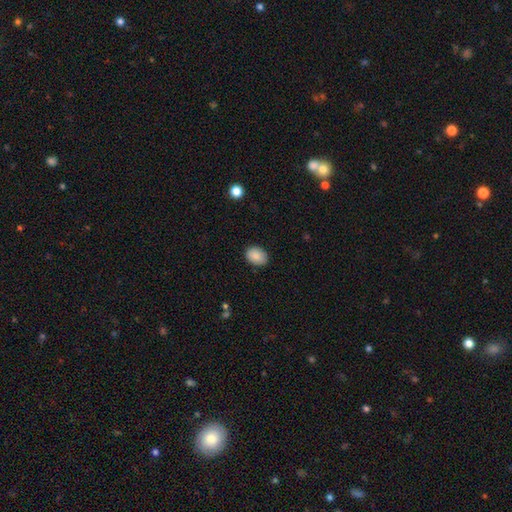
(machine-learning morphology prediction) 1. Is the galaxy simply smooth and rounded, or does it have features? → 89% smooth, 7% star or artifact, 4% featured or disk.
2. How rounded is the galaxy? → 71% in between, 29% round, 1% cigar-shaped.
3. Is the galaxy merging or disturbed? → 85% none, 11% minor disturbance, 2% major disturbance, 1% merger.